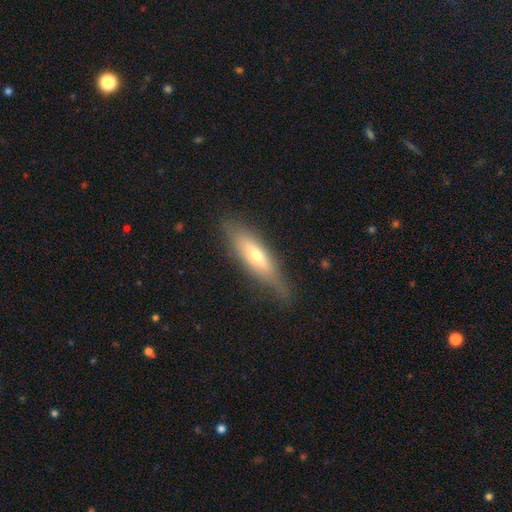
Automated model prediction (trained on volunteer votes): The model was most divided on "smooth or featured": smooth: 52%, featured or disk: 41%, star or artifact: 7%. More confident: merging — none (70%); how rounded — cigar-shaped (62%).